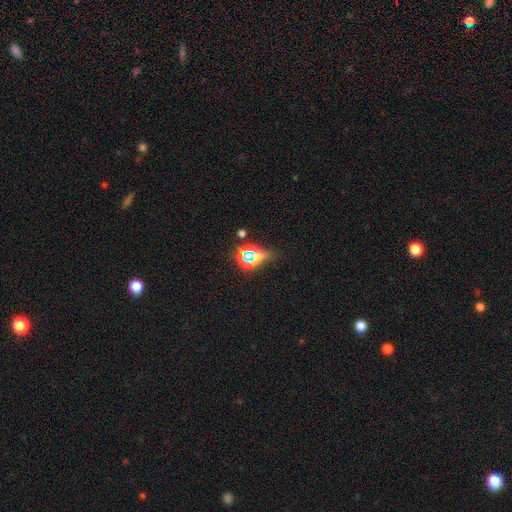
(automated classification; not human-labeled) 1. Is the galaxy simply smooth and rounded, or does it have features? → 52% star or artifact, 37% smooth, 12% featured or disk.